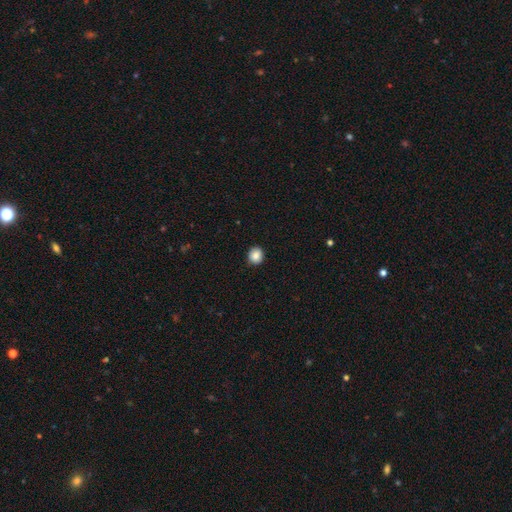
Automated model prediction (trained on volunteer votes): Smooth or featured: smooth — 87% (star or artifact — 9%)
How rounded: round — 76% (in between — 23%)
Merging: none — 89% (minor disturbance — 8%)